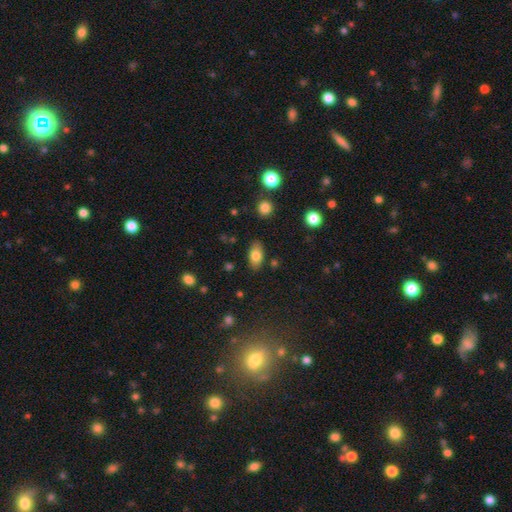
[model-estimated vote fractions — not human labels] smooth 78%, featured or disk 14%, star or artifact 8%. Down the decision tree: how rounded — in between (91%); merging — none (83%).